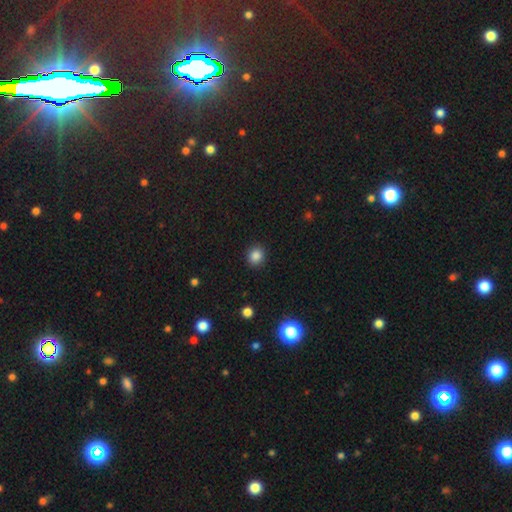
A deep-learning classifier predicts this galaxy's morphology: This appears to be a smooth galaxy with no disk features (85%) that is round (81%). Merging: none (91%).